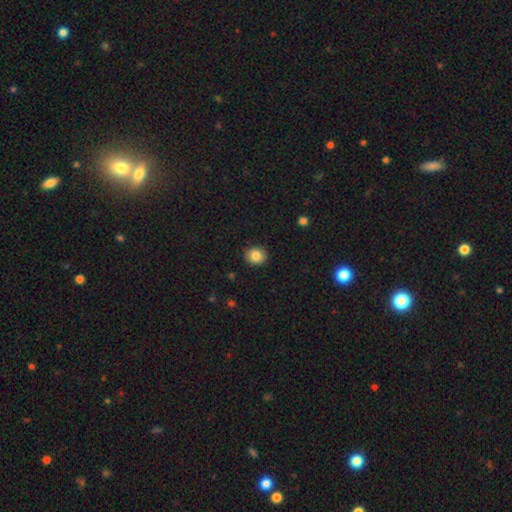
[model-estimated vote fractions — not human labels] Q: Smooth or featured?
A: smooth (85%); runner-up: star or artifact (9%)
Q: How rounded?
A: round (75%); runner-up: in between (24%)
Q: Merging?
A: none (89%); runner-up: minor disturbance (8%)